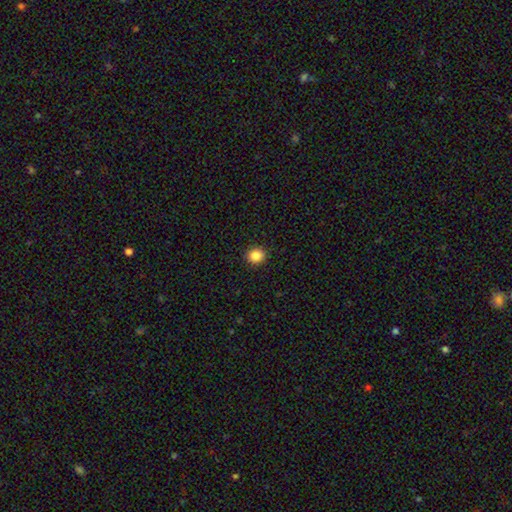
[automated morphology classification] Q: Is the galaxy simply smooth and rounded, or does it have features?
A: smooth — 87%.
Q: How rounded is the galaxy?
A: round — 83%.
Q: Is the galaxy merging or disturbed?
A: none — 92%.